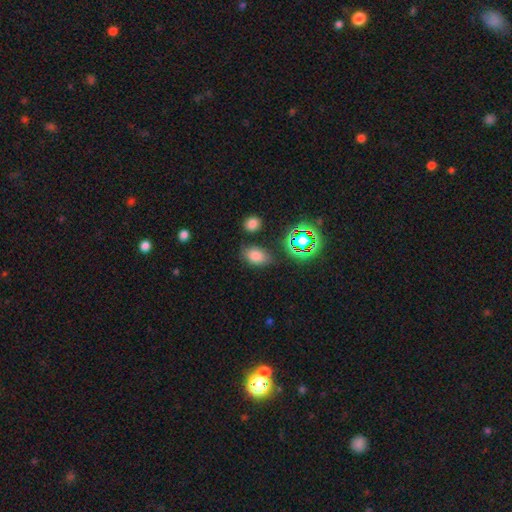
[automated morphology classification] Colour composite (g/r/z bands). It shows a smooth galaxy with no disk features (74%) that is in between round and cigar-shaped (83%). Merging: none (75%).